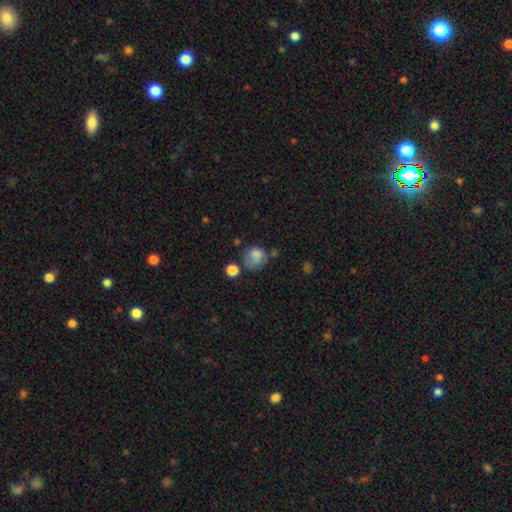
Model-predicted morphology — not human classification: smooth-or-featured: smooth: 77% | featured or disk: 14% | star or artifact: 10%
  how-rounded: round: 76% | in between: 23% | cigar-shaped: 1%
  merging: none: 47% | minor disturbance: 27% | major disturbance: 15% | merger: 11%